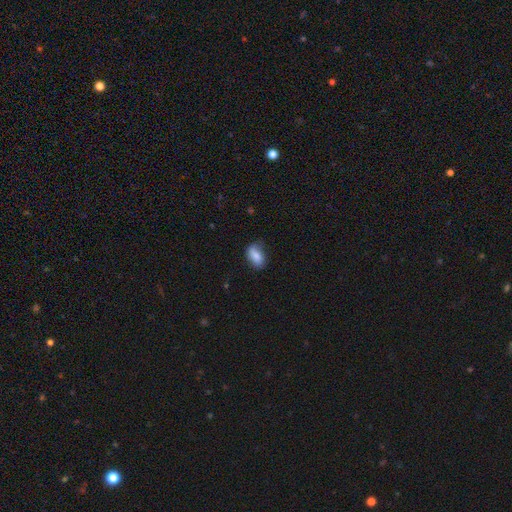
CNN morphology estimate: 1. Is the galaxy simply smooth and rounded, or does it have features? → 81% smooth, 12% featured or disk, 8% star or artifact.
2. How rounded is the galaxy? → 88% in between, 8% round, 4% cigar-shaped.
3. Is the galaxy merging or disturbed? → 66% none, 27% minor disturbance, 6% major disturbance, 2% merger.